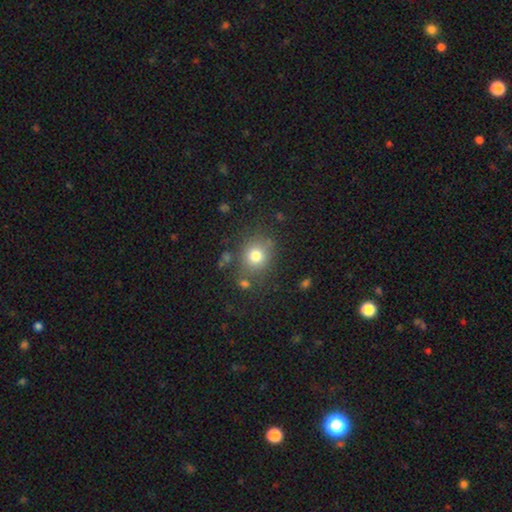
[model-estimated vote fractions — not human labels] Smooth or featured: smooth — 76% (star or artifact — 14%)
How rounded: round — 77% (in between — 22%)
Merging: none — 76% (minor disturbance — 13%)